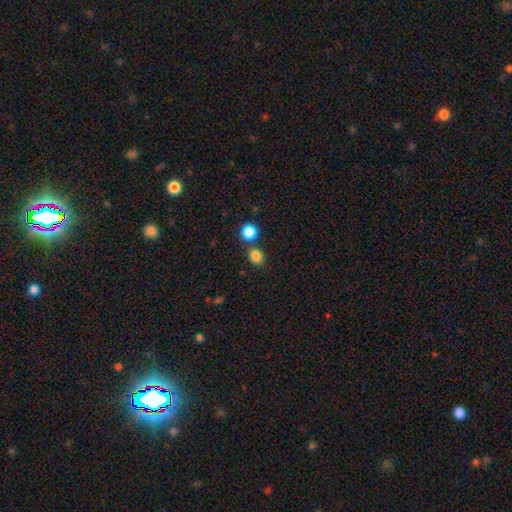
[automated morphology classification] A smooth galaxy with no disk features (83%) that is round (65%).

Vote fractions:
- Smooth or featured? smooth: 83% / star or artifact: 12% / featured or disk: 5%
- How rounded? round: 65% / in between: 34% / cigar-shaped: 1%
- Merging? none: 71% / merger: 18% / minor disturbance: 9% / major disturbance: 3%